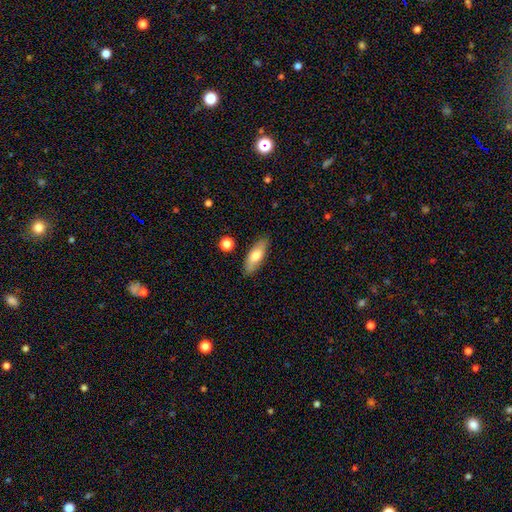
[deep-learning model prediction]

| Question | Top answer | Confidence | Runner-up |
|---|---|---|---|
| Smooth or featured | smooth | 69% | featured or disk (24%) |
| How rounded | in between | 71% | cigar-shaped (27%) |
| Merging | none | 84% | minor disturbance (11%) |